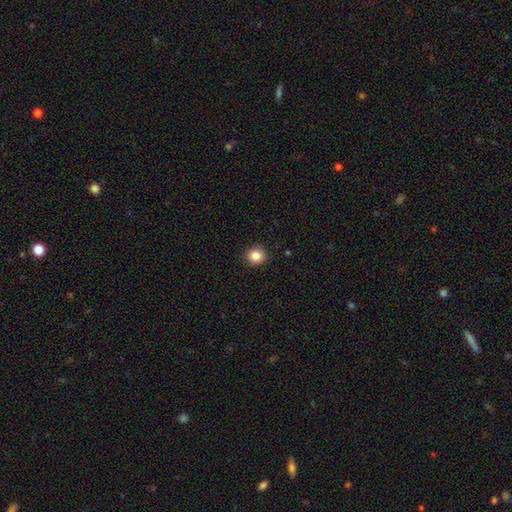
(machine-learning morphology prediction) This is clearly a smooth galaxy (85%). How rounded: clearly round (89%). Merging: clearly none (92%).